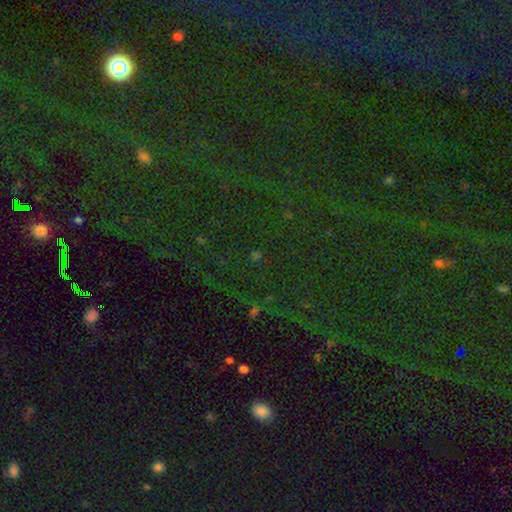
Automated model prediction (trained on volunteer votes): This appears to be a star or artifact, not a galaxy (70%).